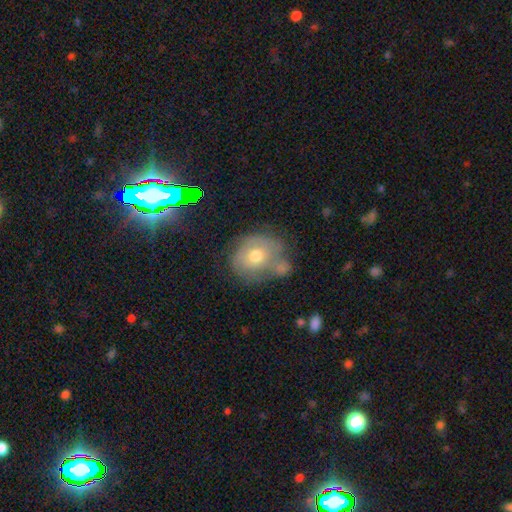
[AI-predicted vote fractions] Smooth or featured? smooth (52%)
How rounded? round (68%)
Merging? none (42%)